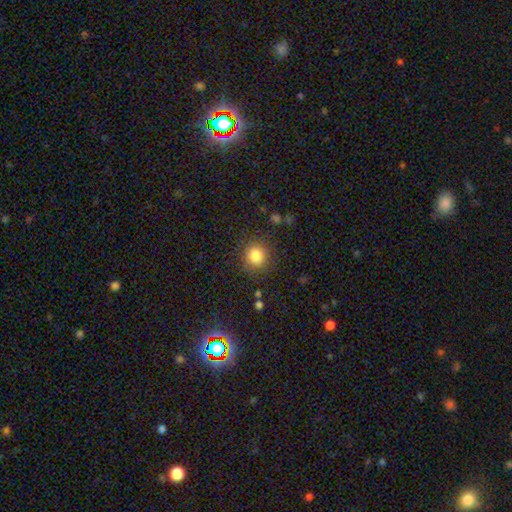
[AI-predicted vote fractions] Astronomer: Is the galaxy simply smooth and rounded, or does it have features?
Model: smooth — 82%.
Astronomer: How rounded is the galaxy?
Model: round — 87%.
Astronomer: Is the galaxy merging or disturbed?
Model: none — 83%.